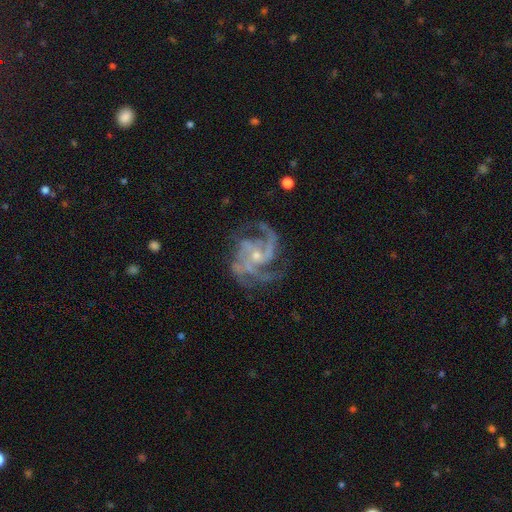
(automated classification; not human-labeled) Q: Smooth or featured?
A: featured or disk (91%); runner-up: star or artifact (6%)
Q: Edge-on disk?
A: no (98%); runner-up: yes (2%)
Q: Bar?
A: no (61%); runner-up: weak (30%)
Q: Spiral arms?
A: yes (98%); runner-up: no (2%)
Q: Spiral winding?
A: medium (57%); runner-up: tight (29%)
Q: Spiral arm count?
A: 3 (48%); runner-up: 2 (19%)
Q: Bulge size?
A: small (71%); runner-up: moderate (25%)
Q: Merging?
A: none (67%); runner-up: minor disturbance (18%)